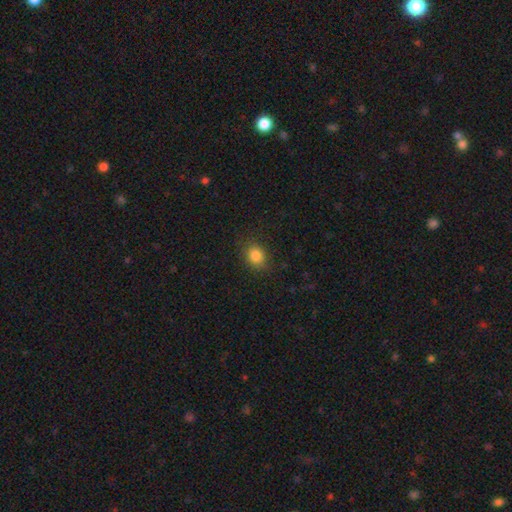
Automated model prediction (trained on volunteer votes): Smooth or featured?
  - smooth: 84% *
  - star or artifact: 11%
  - featured or disk: 5%
How rounded?
  - round: 63% *
  - in between: 36%
  - cigar-shaped: 1%
Merging?
  - none: 84% *
  - minor disturbance: 12%
  - major disturbance: 3%
  - merger: 1%